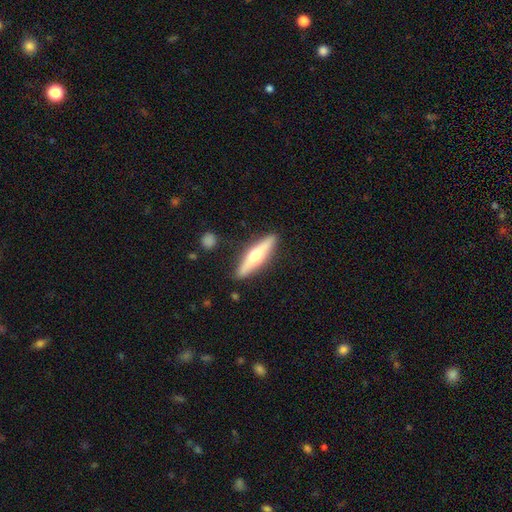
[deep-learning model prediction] Q: Smooth or featured?
A: featured or disk (56%); runner-up: smooth (38%)
Q: Edge-on disk?
A: yes (94%); runner-up: no (6%)
Q: Edge-on bulge?
A: rounded (93%); runner-up: none (4%)
Q: Merging?
A: none (88%); runner-up: minor disturbance (8%)